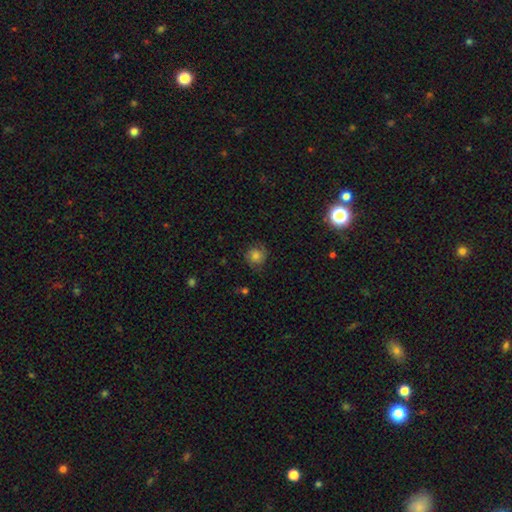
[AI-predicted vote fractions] A smooth galaxy with no disk features (65%) that is round (86%).

Vote fractions:
- Smooth or featured? smooth: 65% / featured or disk: 23% / star or artifact: 12%
- How rounded? round: 86% / in between: 13% / cigar-shaped: 1%
- Merging? none: 73% / minor disturbance: 18% / major disturbance: 7% / merger: 1%